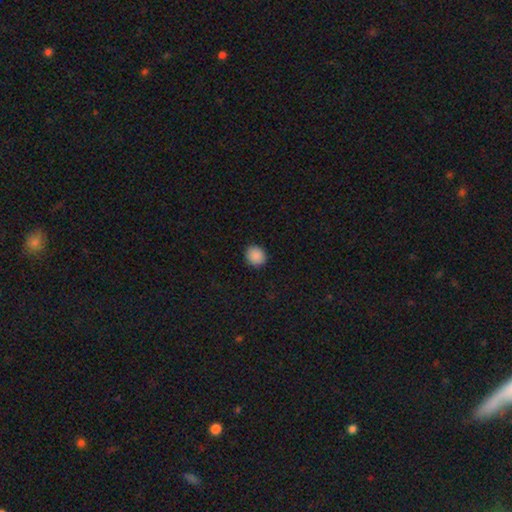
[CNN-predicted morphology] The model was most divided on "how rounded": round: 82%, in between: 17%, cigar-shaped: 1%. More confident: merging — none (91%); smooth or featured — smooth (89%).